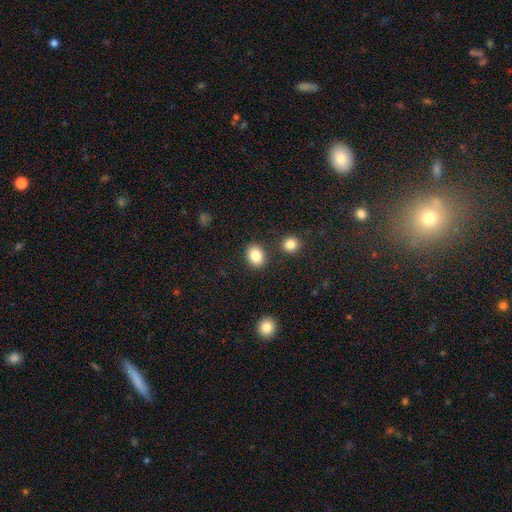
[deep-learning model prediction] A smooth galaxy with no disk features (85%) that is in between round and cigar-shaped (52%). Merging: none (84%).